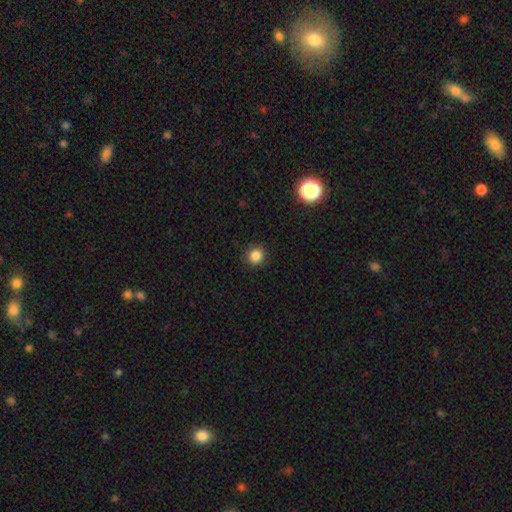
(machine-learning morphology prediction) A smooth galaxy with no disk features (85%) that is round (92%).

Vote fractions:
- Smooth or featured? smooth: 85% / star or artifact: 12% / featured or disk: 3%
- How rounded? round: 92% / in between: 7% / cigar-shaped: 1%
- Merging? none: 90% / minor disturbance: 7% / major disturbance: 2% / merger: 1%